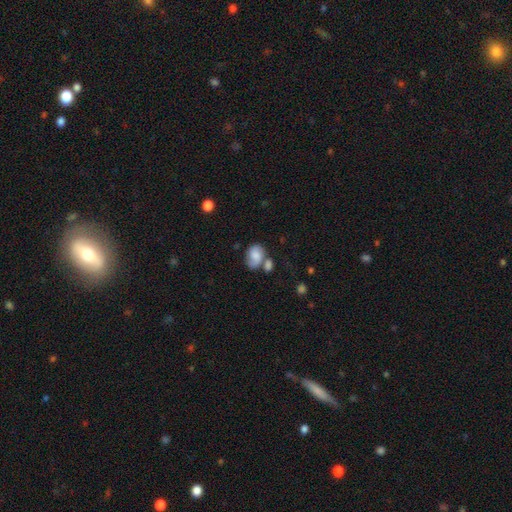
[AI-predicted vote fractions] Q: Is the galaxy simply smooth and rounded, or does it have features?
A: smooth — 64%.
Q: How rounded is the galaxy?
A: in between — 72%.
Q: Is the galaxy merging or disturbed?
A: none — 35%.